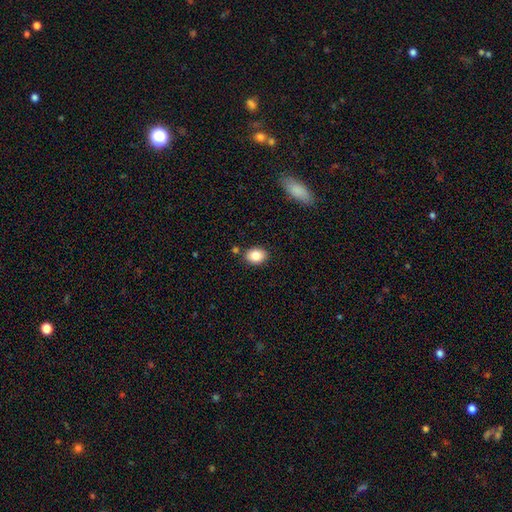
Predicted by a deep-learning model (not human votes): A smooth galaxy with no disk features (86%) that is in between round and cigar-shaped (67%). Merging: none (84%).